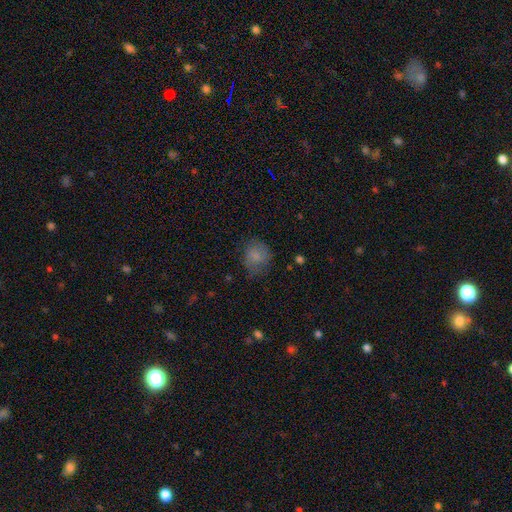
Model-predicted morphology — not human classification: type=smooth (78%); roundness=round (68%); merging=none (62%).